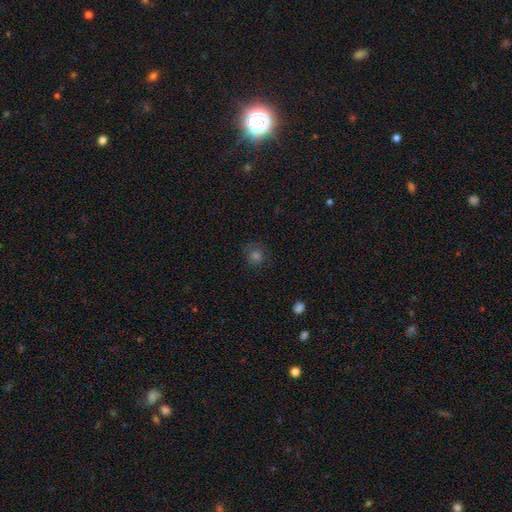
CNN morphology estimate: smooth 65%, star or artifact 23%, featured or disk 12%. Down the decision tree: how rounded — round (88%); merging — none (79%).